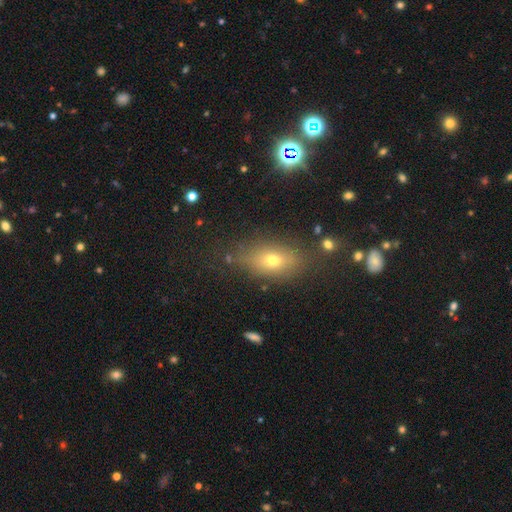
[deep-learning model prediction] Smooth or featured: smooth — 57% (star or artifact — 25%)
How rounded: in between — 72% (round — 16%)
Merging: none — 78% (minor disturbance — 14%)